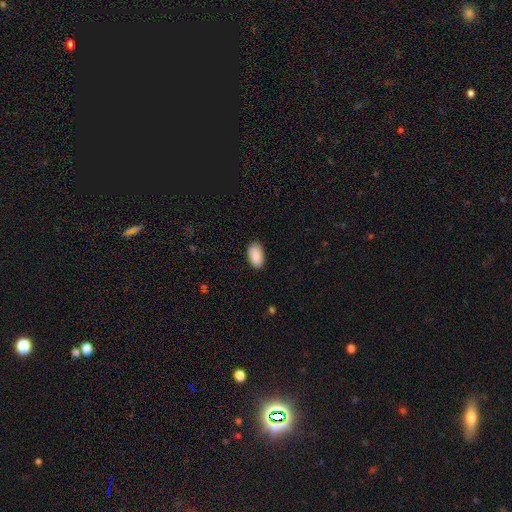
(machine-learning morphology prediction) Smooth or featured? Predicted: smooth (p=0.88). How rounded? Predicted: in between (p=0.95). Merging? Predicted: none (p=0.86).